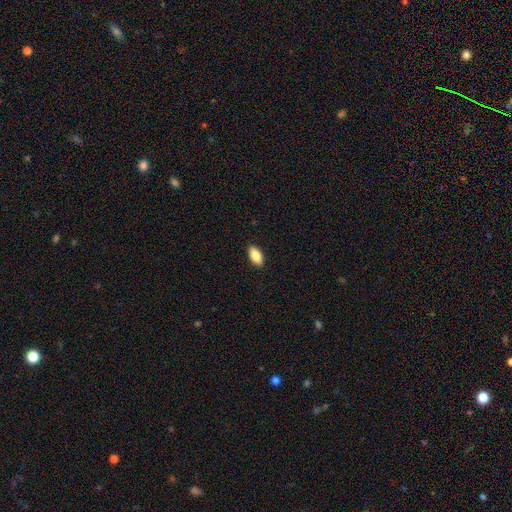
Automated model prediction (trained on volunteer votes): This appears to be a smooth galaxy with no disk features (82%) that is in between round and cigar-shaped (91%). Merging: none (90%).